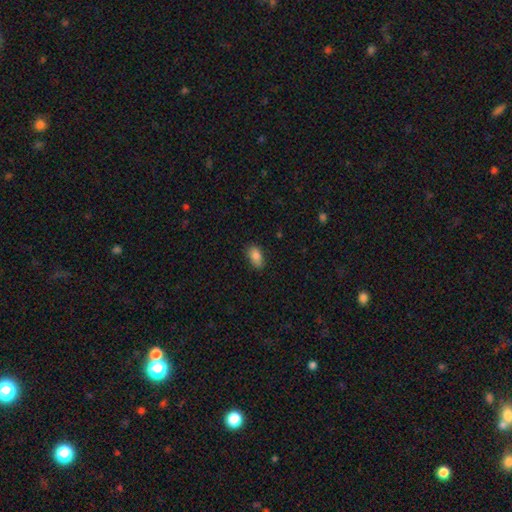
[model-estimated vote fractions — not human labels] A smooth galaxy with no disk features (85%) that is in between round and cigar-shaped (91%).

Vote fractions:
- Smooth or featured? smooth: 85% / star or artifact: 8% / featured or disk: 6%
- How rounded? in between: 91% / round: 5% / cigar-shaped: 4%
- Merging? none: 78% / minor disturbance: 18% / major disturbance: 3% / merger: 1%